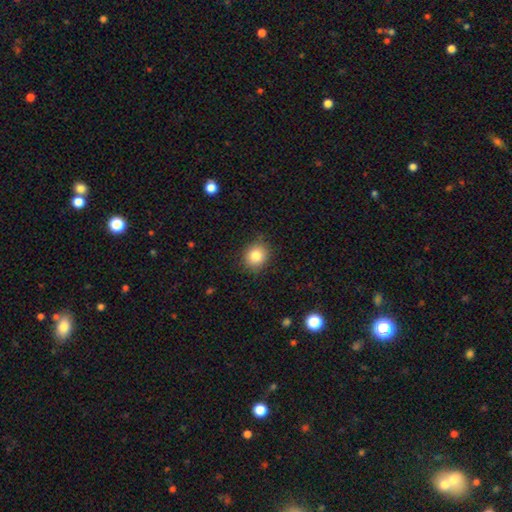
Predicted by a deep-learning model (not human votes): smooth 83%, star or artifact 10%, featured or disk 7%. Down the decision tree: how rounded — round (77%); merging — none (85%).